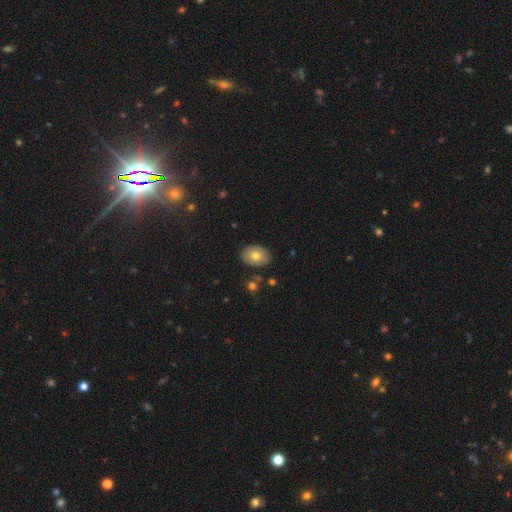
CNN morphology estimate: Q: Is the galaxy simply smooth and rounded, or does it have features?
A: smooth — 75%.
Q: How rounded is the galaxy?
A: in between — 75%.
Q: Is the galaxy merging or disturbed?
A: none — 85%.